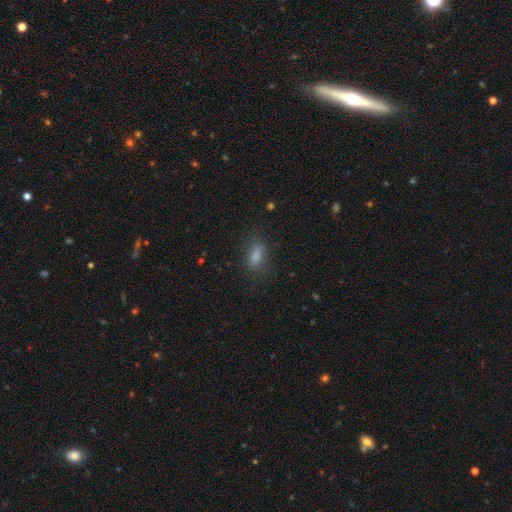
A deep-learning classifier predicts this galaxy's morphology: A smooth galaxy with no disk features (75%) that is in between round and cigar-shaped (62%). Merging: none (79%).